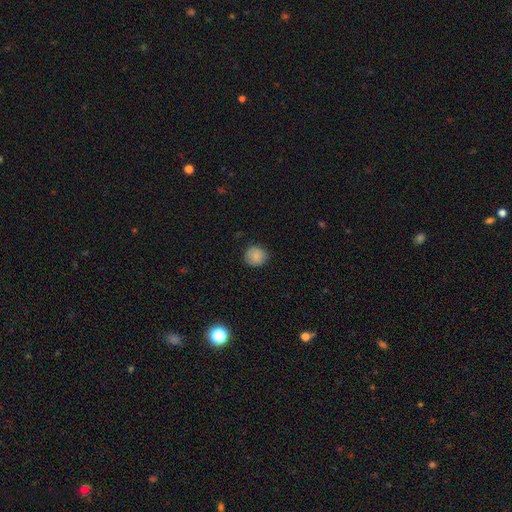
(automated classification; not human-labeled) Morphology: type=smooth (84%); roundness=round (86%); merging=none (83%).